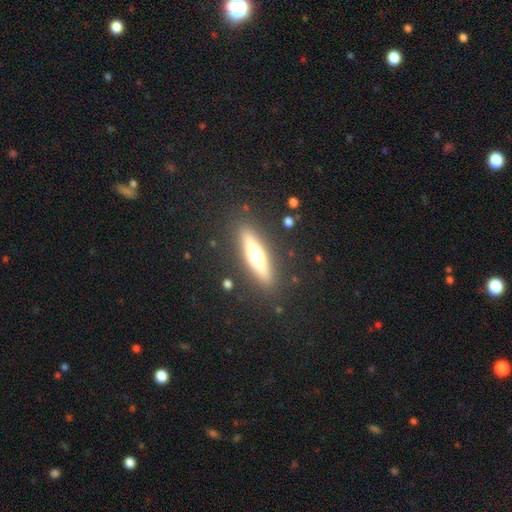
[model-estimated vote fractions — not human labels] smooth-or-featured: featured or disk: 56% | smooth: 38% | star or artifact: 7%
  disk-edge-on: yes: 91% | no: 9%
    edge-on-bulge: rounded: 92% | boxy: 4% | none: 4%
  merging: none: 88% | minor disturbance: 8% | major disturbance: 3% | merger: 1%